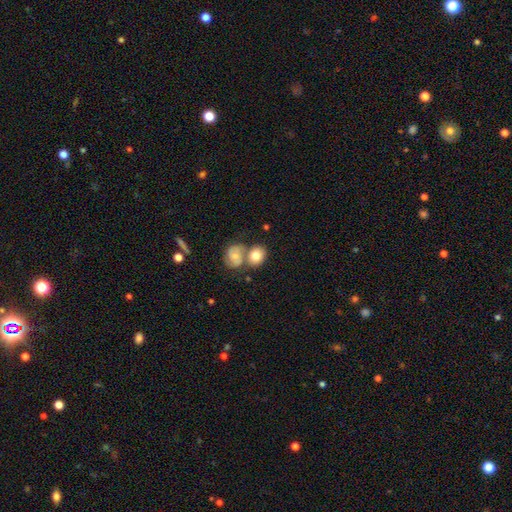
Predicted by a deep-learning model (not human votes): Smooth or featured?
  - smooth: 72% *
  - featured or disk: 20%
  - star or artifact: 8%
How rounded?
  - round: 58% *
  - in between: 41%
  - cigar-shaped: 1%
Merging?
  - none: 47% *
  - merger: 39%
  - minor disturbance: 11%
  - major disturbance: 4%